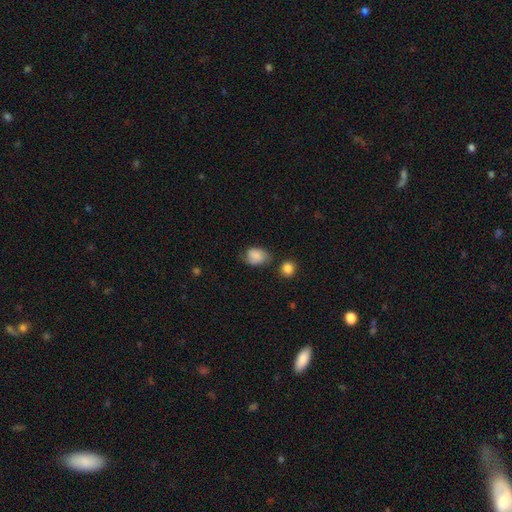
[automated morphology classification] Smooth or featured: smooth — 79% (featured or disk — 12%)
How rounded: in between — 68% (round — 31%)
Merging: none — 54% (minor disturbance — 31%)